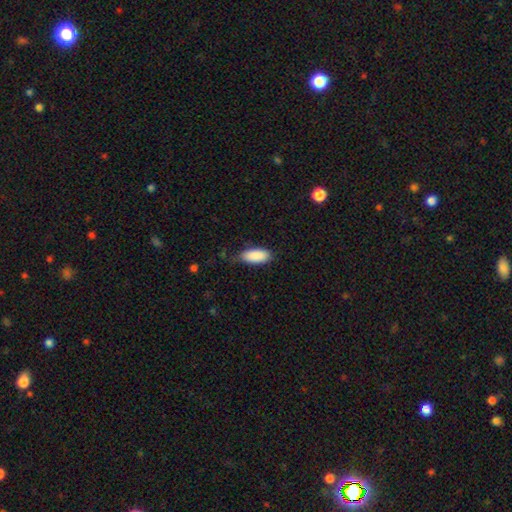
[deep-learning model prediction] This appears to be a smooth galaxy with no disk features (89%) that is in between round and cigar-shaped (87%). Merging: none (74%).